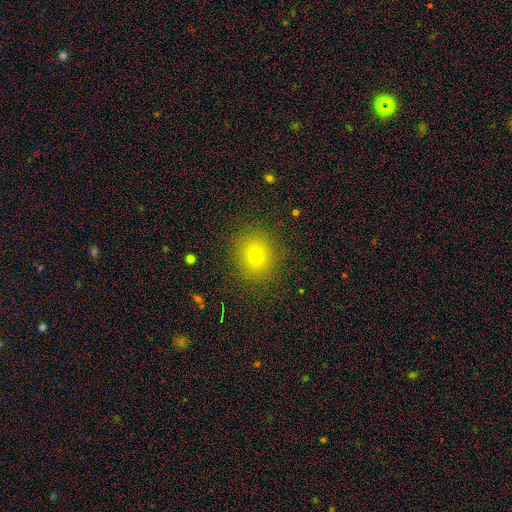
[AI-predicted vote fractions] Overall: smooth (72%). How rounded: round (82%). Merging: none (88%).